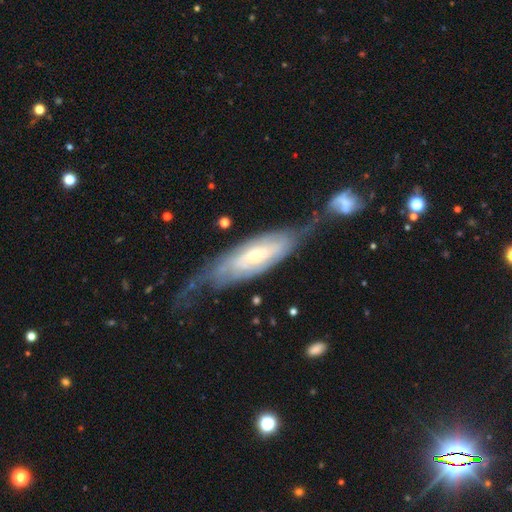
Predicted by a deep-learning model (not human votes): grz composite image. It shows a featured or disk galaxy (73%) with no bar (63%), spiral arms (79%) and a small central bulge (53%). Merging: none (41%).